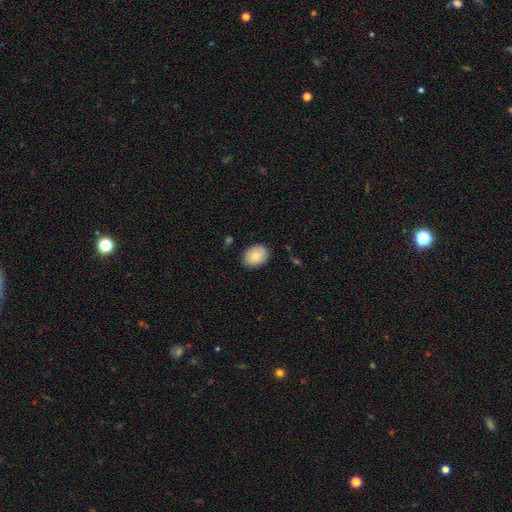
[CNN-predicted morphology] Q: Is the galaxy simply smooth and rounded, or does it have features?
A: smooth — 83%.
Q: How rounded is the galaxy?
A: in between — 59%.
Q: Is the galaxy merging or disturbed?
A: none — 83%.